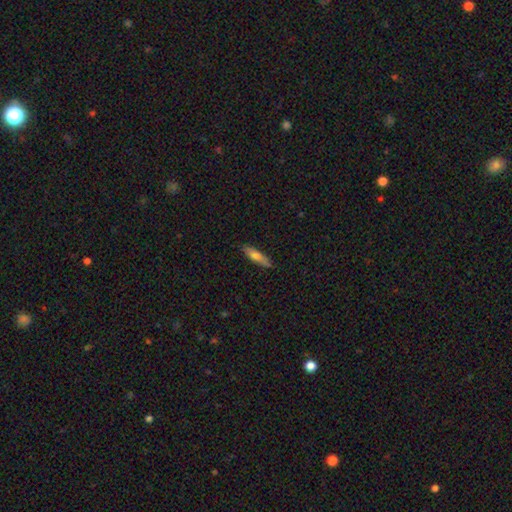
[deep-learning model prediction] The model was most divided on "how rounded": cigar-shaped: 68%, in between: 30%, round: 2%. More confident: merging — none (85%); smooth or featured — smooth (69%).